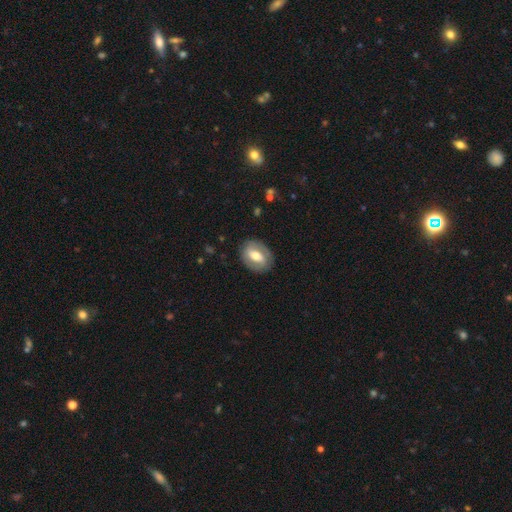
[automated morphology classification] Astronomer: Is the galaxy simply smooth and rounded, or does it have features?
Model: featured or disk — 57% (runner-up: smooth, 37%).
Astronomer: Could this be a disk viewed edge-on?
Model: no — 94%.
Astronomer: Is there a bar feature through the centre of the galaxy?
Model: weak — 38% (runner-up: strong, 37%).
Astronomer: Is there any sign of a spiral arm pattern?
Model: yes — 56% (runner-up: no, 44%).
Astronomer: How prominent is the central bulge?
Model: moderate — 65%.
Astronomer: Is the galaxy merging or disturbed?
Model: none — 82%.